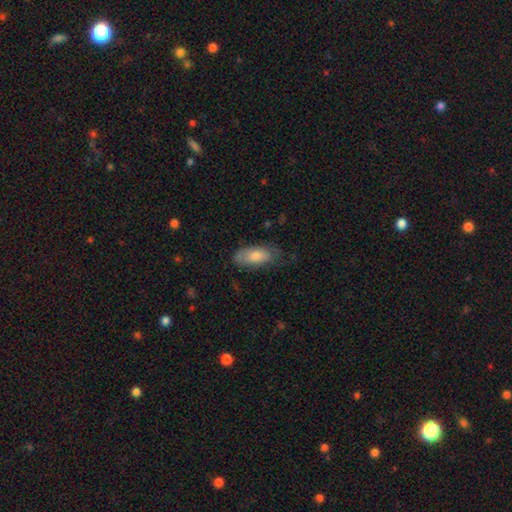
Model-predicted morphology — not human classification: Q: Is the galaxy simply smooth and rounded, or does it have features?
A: smooth — 74%.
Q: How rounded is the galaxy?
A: in between — 85%.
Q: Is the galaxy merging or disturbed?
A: none — 64%.